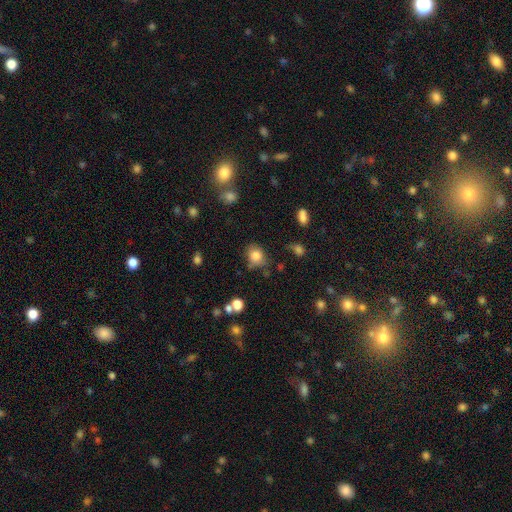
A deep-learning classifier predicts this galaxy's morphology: A smooth galaxy with no disk features (82%) that is round (63%). Merging: none (64%).